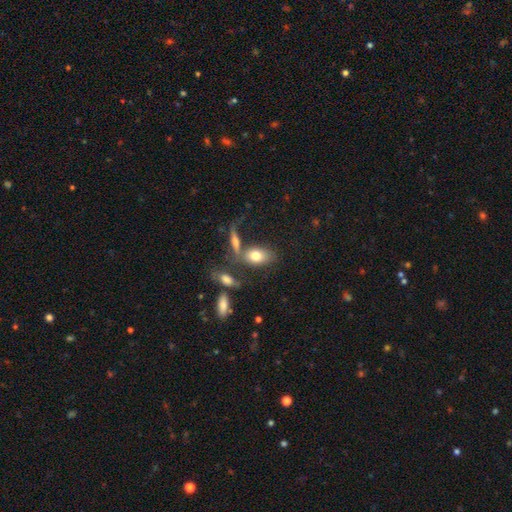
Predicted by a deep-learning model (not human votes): Morphology: type=smooth (74%); roundness=in between (87%); merging=none (52%).